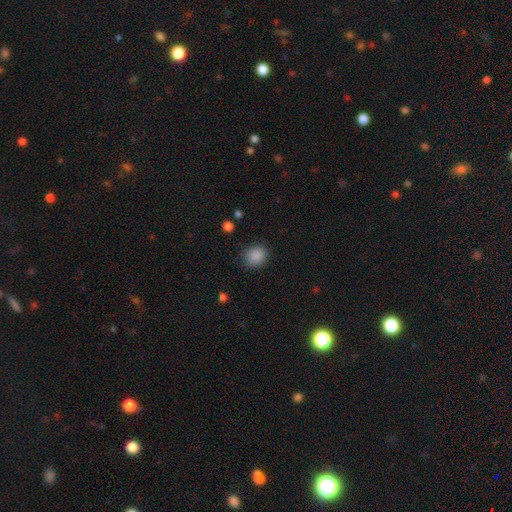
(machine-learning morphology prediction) Smooth or featured? Predicted: smooth (p=0.88). How rounded? Predicted: round (p=0.75). Merging? Predicted: none (p=0.86).